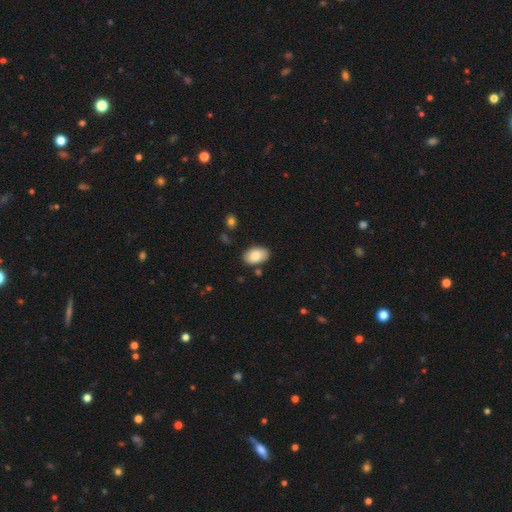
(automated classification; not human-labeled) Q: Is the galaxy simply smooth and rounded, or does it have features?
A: smooth — 84%.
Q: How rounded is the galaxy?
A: in between — 91%.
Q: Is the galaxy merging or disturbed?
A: none — 82%.